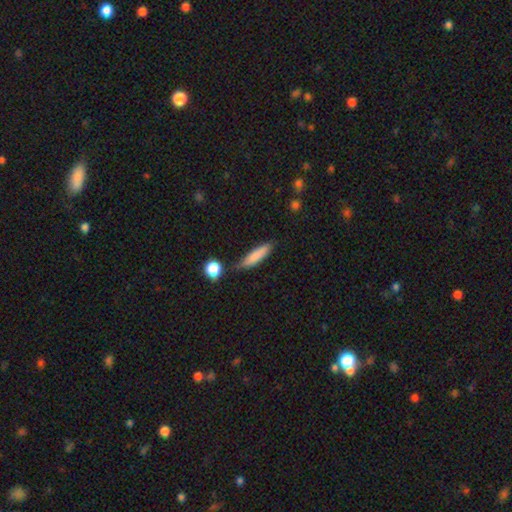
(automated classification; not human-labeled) A smooth galaxy with no disk features (81%) that is cigar-shaped (74%). Merging: none (73%).